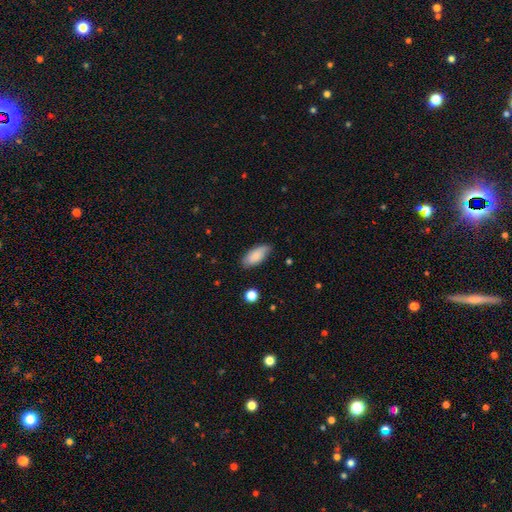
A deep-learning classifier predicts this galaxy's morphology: Smooth or featured? smooth (85%)
How rounded? in between (87%)
Merging? none (81%)